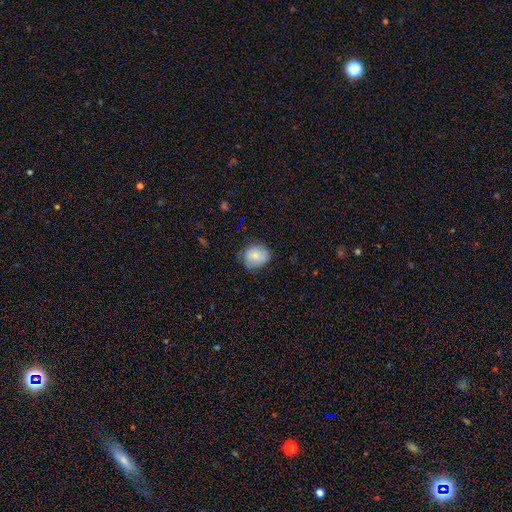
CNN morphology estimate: type=smooth (71%); roundness=round (67%); merging=none (69%).